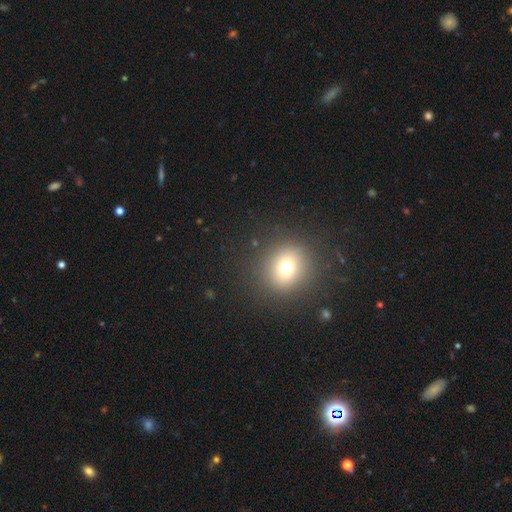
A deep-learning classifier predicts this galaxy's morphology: Smooth or featured? Predicted: smooth (p=0.62). How rounded? Predicted: round (p=0.80). Merging? Predicted: none (p=0.91).